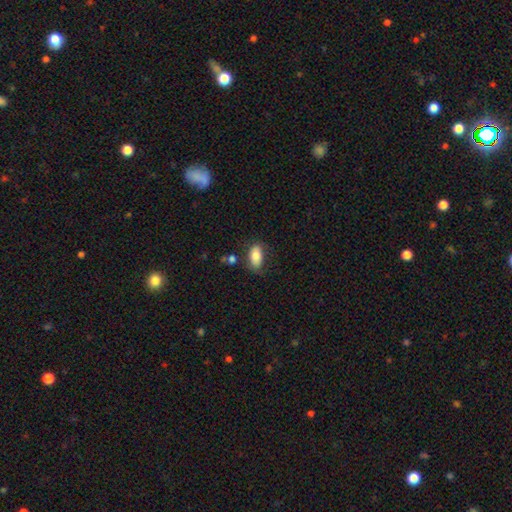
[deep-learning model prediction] smooth-or-featured: smooth: 80% | featured or disk: 13% | star or artifact: 7%
  how-rounded: in between: 92% | round: 5% | cigar-shaped: 4%
  merging: none: 69% | minor disturbance: 19% | major disturbance: 6% | merger: 5%